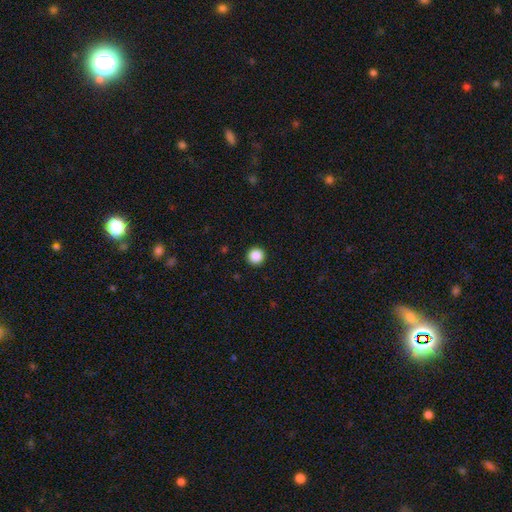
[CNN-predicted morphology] smooth 87%, star or artifact 10%, featured or disk 3%. Down the decision tree: how rounded — round (96%); merging — none (93%).